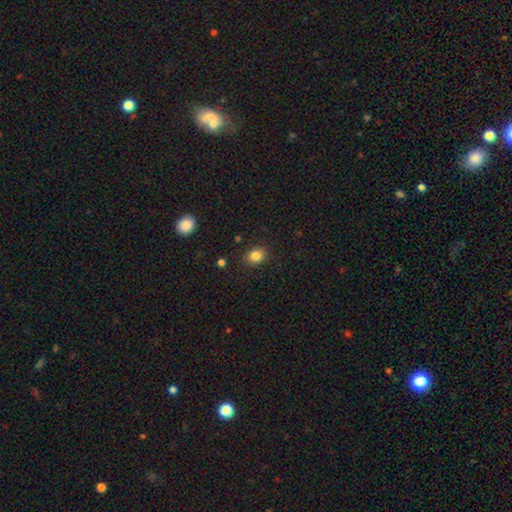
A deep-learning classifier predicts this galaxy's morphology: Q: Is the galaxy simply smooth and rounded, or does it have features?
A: smooth — 84%.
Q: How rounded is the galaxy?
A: round — 53%.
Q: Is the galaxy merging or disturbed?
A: none — 88%.